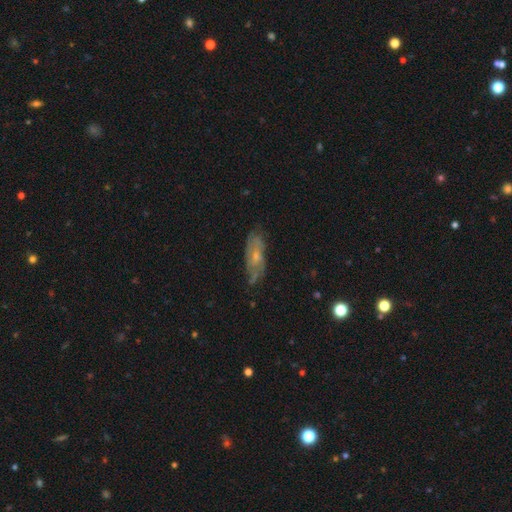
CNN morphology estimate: The model was most divided on "smooth or featured": featured or disk: 58%, smooth: 35%, star or artifact: 7%. More confident: edge-on disk — no (82%); merging — none (64%).